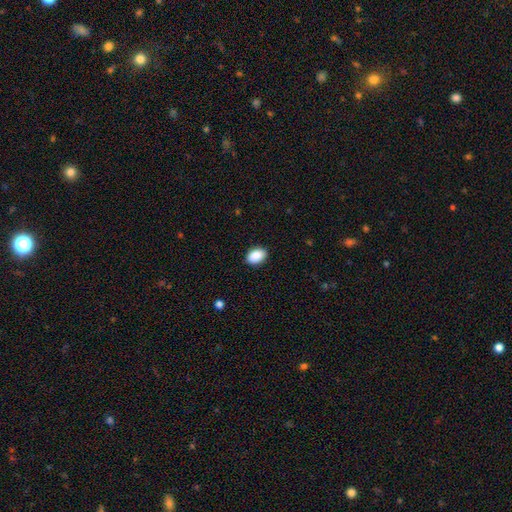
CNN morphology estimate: Smooth or featured: smooth — 90% (star or artifact — 7%)
How rounded: in between — 87% (round — 12%)
Merging: none — 89% (minor disturbance — 8%)